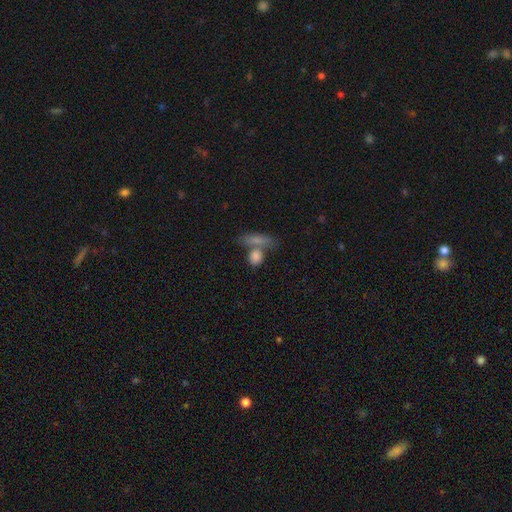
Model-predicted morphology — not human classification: Smooth or featured? smooth (82%)
How rounded? in between (45%)
Merging? none (46%)